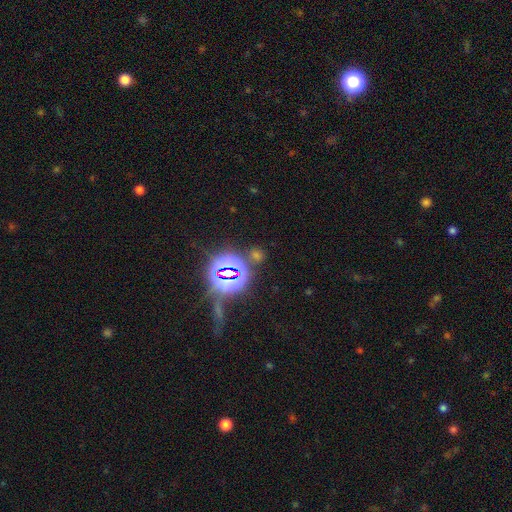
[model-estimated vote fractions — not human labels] smooth-or-featured: star or artifact: 62% | smooth: 31% | featured or disk: 7%